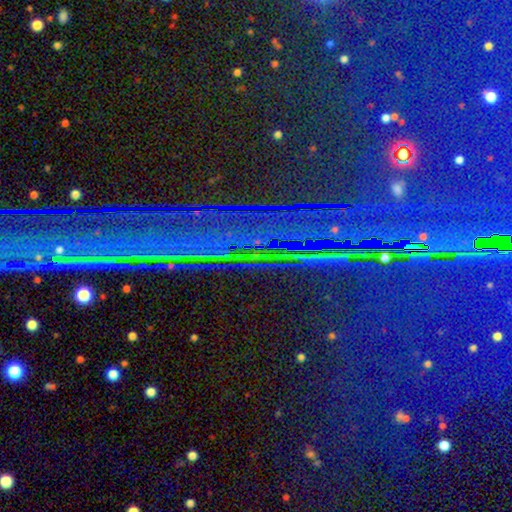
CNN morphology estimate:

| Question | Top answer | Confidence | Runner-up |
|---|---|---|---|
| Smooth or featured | star or artifact | 86% | featured or disk (7%) |